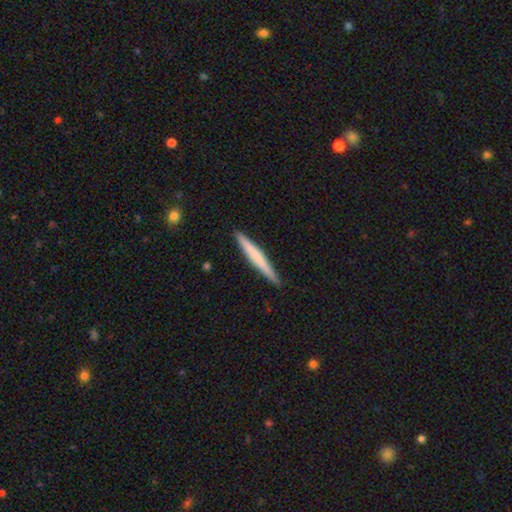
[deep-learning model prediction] Smooth or featured? Predicted: smooth (p=0.58). How rounded? Predicted: cigar-shaped (p=0.96). Merging? Predicted: none (p=0.91).